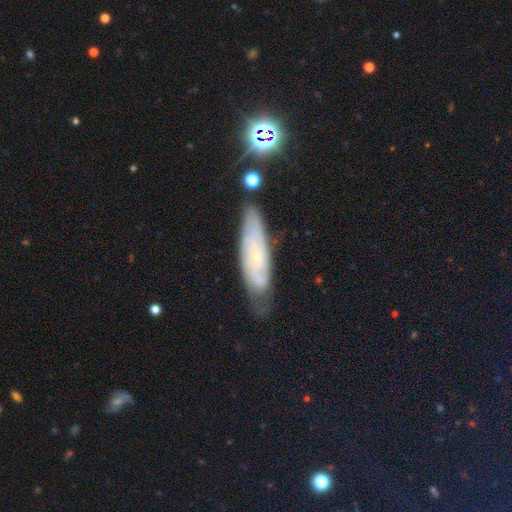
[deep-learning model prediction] Smooth or featured? Predicted: featured or disk (p=0.64). Edge-on disk? Predicted: no (p=0.74). Merging? Predicted: none (p=0.67).